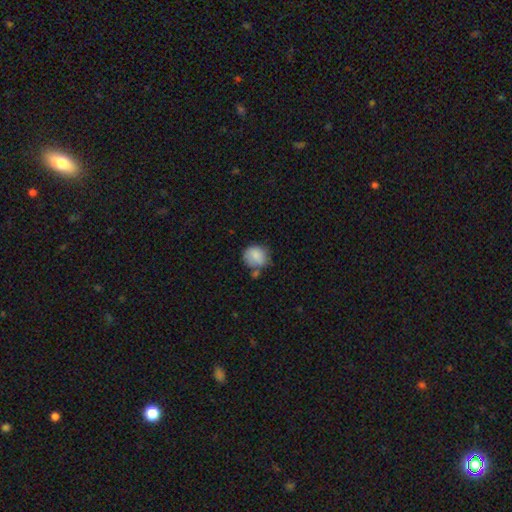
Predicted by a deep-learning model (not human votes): Q: Smooth or featured?
A: smooth (82%); runner-up: featured or disk (10%)
Q: How rounded?
A: round (76%); runner-up: in between (23%)
Q: Merging?
A: none (52%); runner-up: minor disturbance (26%)